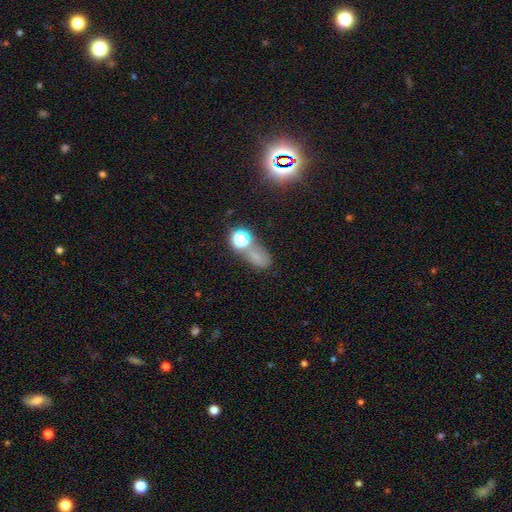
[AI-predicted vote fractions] Morphology: type=smooth (49%); merging=none (48%).